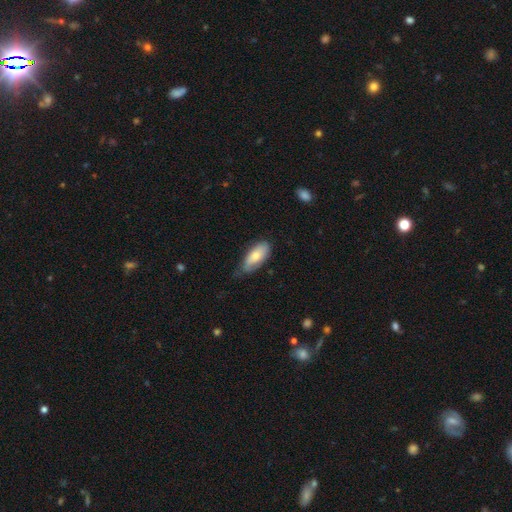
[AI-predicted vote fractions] A smooth galaxy with no disk features (73%) that is in between round and cigar-shaped (87%).

Vote fractions:
- Smooth or featured? smooth: 73% / featured or disk: 21% / star or artifact: 6%
- How rounded? in between: 87% / cigar-shaped: 11% / round: 2%
- Merging? none: 50% / minor disturbance: 39% / major disturbance: 9% / merger: 2%